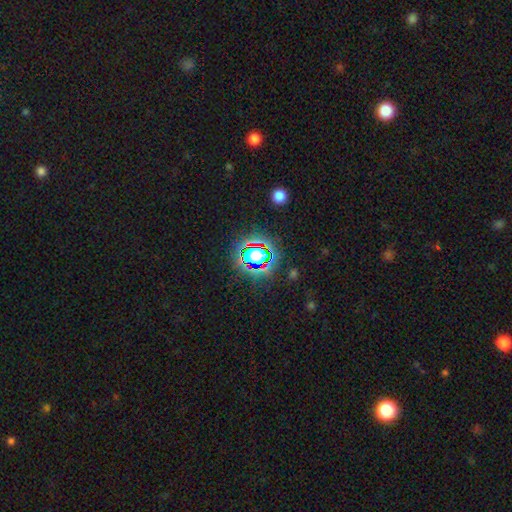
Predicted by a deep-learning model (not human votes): smooth-or-featured: star or artifact: 65% | smooth: 23% | featured or disk: 11%